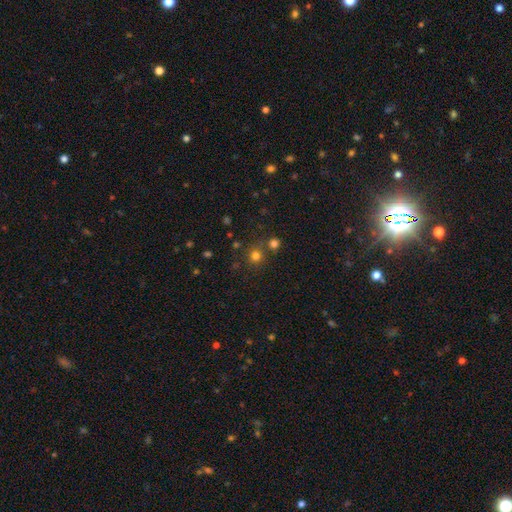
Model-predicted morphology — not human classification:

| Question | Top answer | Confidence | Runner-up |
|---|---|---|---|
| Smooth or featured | smooth | 74% | star or artifact (20%) |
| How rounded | round | 90% | in between (9%) |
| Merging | none | 72% | merger (17%) |